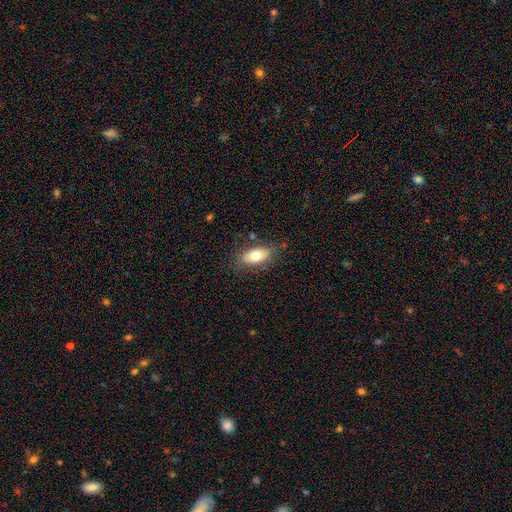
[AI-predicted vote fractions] A smooth galaxy with no disk features (74%) that is in between round and cigar-shaped (89%). Merging: none (79%).